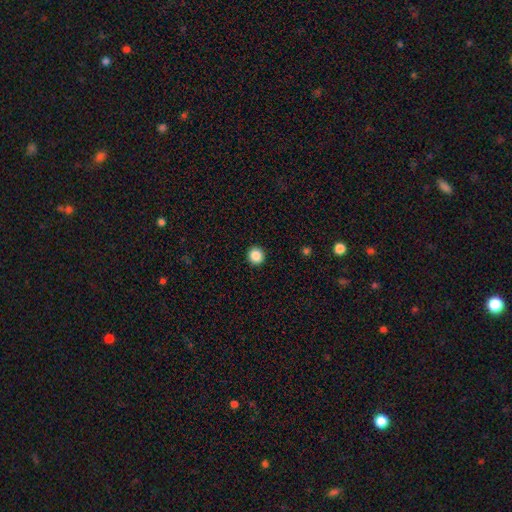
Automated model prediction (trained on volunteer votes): The model was most divided on "smooth or featured": smooth: 88%, star or artifact: 9%, featured or disk: 3%. More confident: merging — none (93%); how rounded — round (93%).